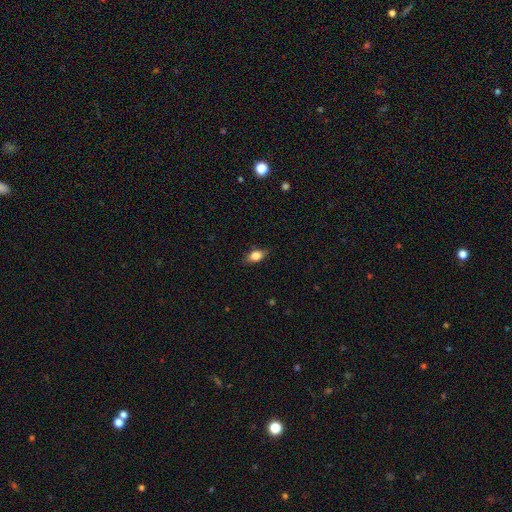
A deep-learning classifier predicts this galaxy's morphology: Q: Smooth or featured?
A: smooth (81%); runner-up: featured or disk (10%)
Q: How rounded?
A: in between (82%); runner-up: round (11%)
Q: Merging?
A: none (81%); runner-up: minor disturbance (15%)